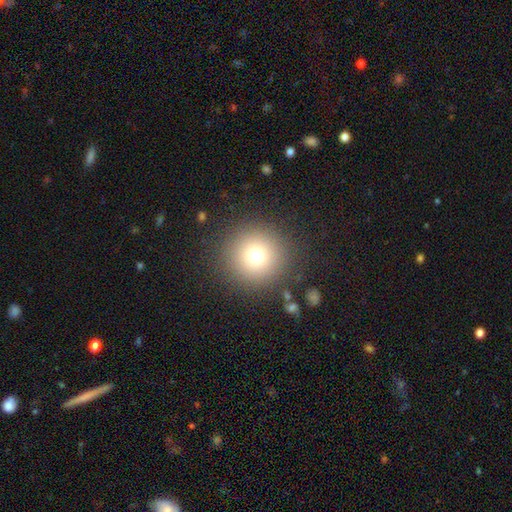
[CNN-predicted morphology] The model was most divided on "smooth or featured": smooth: 75%, star or artifact: 14%, featured or disk: 11%. More confident: how rounded — round (95%); merging — none (88%).